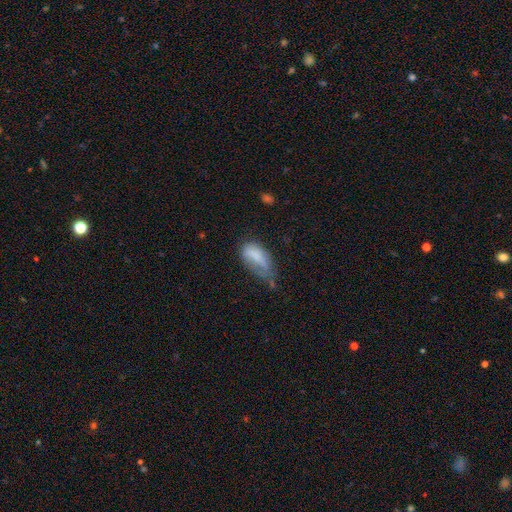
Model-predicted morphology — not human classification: The model was most divided on "merging": minor disturbance: 40%, none: 27%, major disturbance: 27%, merger: 6%. More confident: how rounded — in between (89%); smooth or featured — smooth (74%).